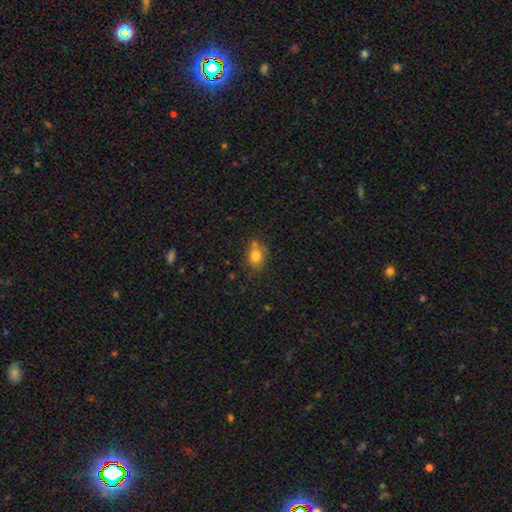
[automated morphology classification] Smooth or featured: smooth — 79% (star or artifact — 11%)
How rounded: round — 50% (in between — 48%)
Merging: none — 62% (minor disturbance — 20%)